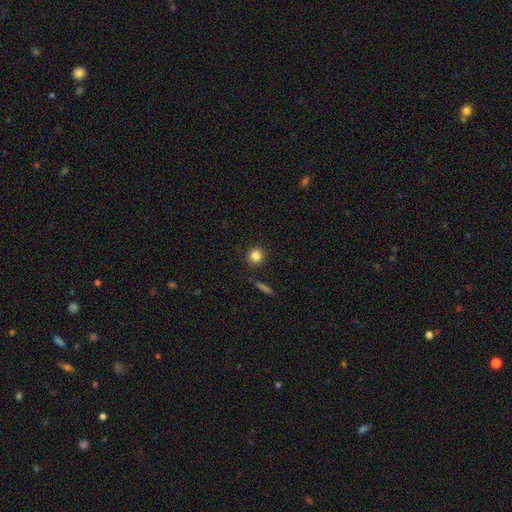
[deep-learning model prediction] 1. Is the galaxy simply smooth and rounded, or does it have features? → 84% smooth, 10% star or artifact, 6% featured or disk.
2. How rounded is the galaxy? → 91% round, 7% in between, 1% cigar-shaped.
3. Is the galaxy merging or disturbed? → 88% none, 8% minor disturbance, 2% merger, 2% major disturbance.